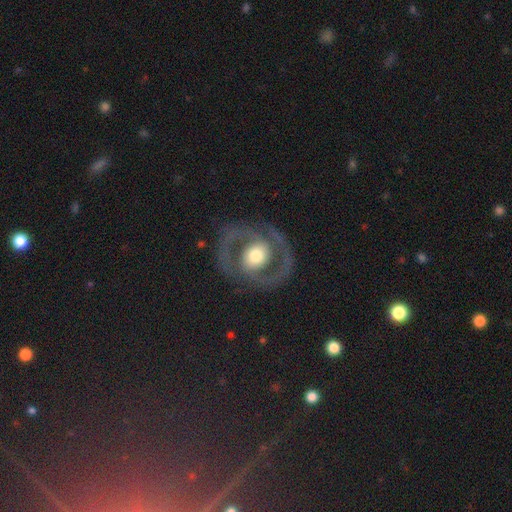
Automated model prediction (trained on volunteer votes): Morphology: type=featured or disk (76%); edge-on=no (97%); bar=no (64%); spiral arms=yes (63%); bulge=moderate (53%); merging=none (81%).